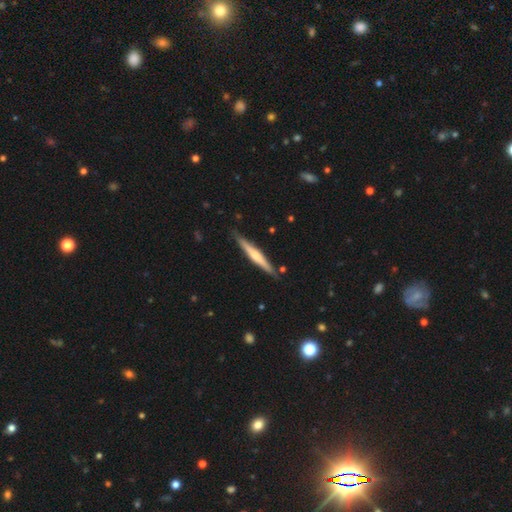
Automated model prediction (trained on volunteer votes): A featured or disk galaxy (55%) viewed edge-on (97%) with a rounded central bulge (65%). Merging: none (86%).